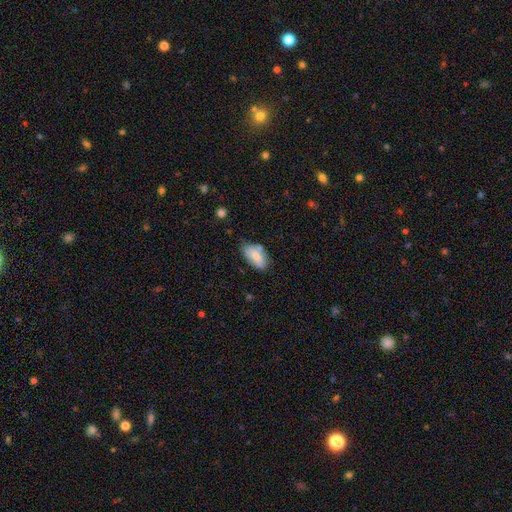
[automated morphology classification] This is likely a smooth galaxy (76%). How rounded: clearly in between (88%). Merging: likely none (67%).